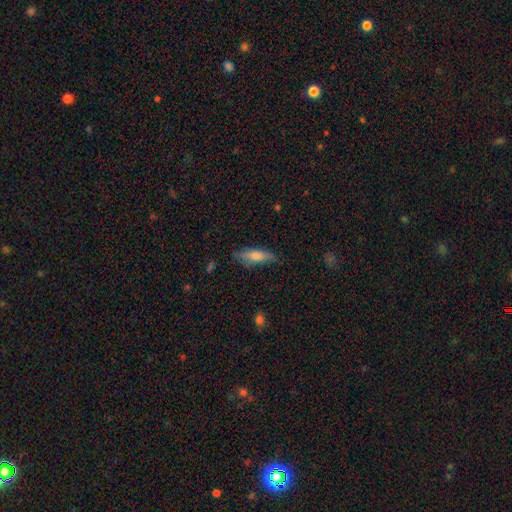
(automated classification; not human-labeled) Smooth or featured? Predicted: smooth (p=0.66). How rounded? Predicted: cigar-shaped (p=0.52). Merging? Predicted: none (p=0.76).